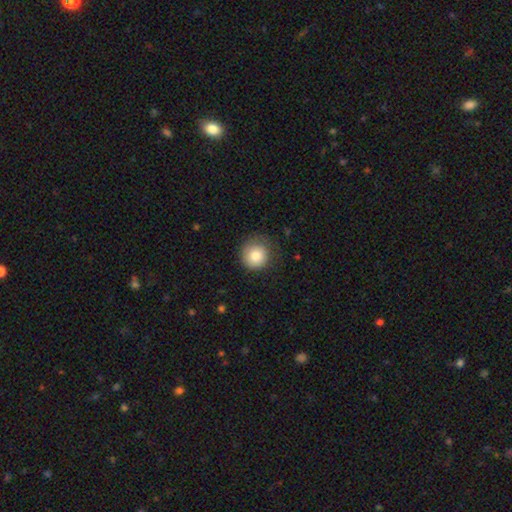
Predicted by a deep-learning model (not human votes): Smooth or featured: smooth — 83% (star or artifact — 9%)
How rounded: round — 91% (in between — 8%)
Merging: none — 71% (minor disturbance — 20%)